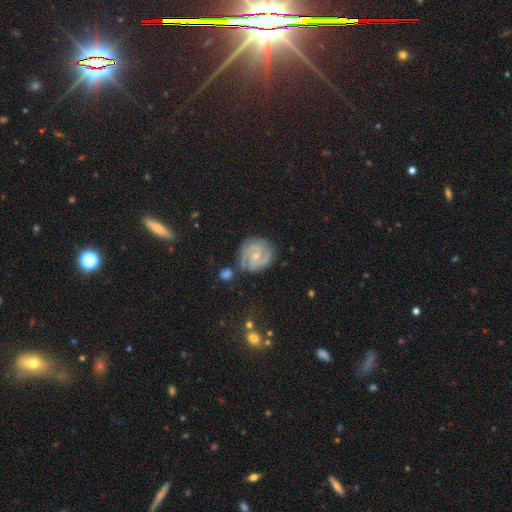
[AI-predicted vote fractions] This appears to be a featured or disk galaxy (86%) with no bar (48%), 2 (62%) tight (55%) spiral arms (97%) and a small central bulge (69%). Merging: none (70%).